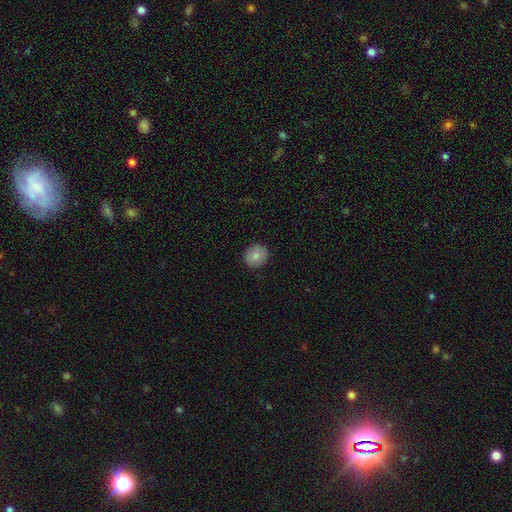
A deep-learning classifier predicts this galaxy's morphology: type=smooth (81%); roundness=round (83%); merging=none (90%).